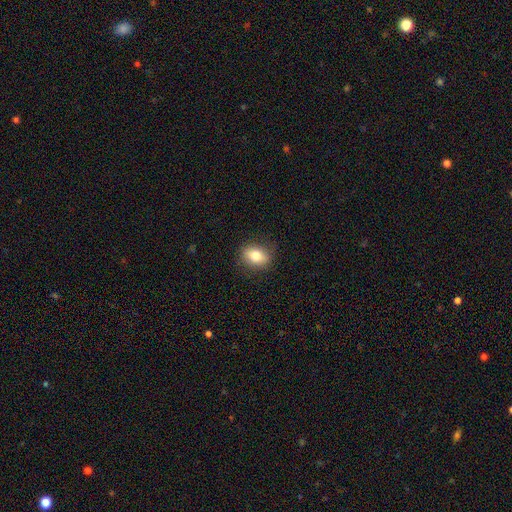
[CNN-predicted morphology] Q: Smooth or featured?
A: smooth (80%); runner-up: featured or disk (11%)
Q: How rounded?
A: in between (70%); runner-up: round (28%)
Q: Merging?
A: none (85%); runner-up: minor disturbance (12%)